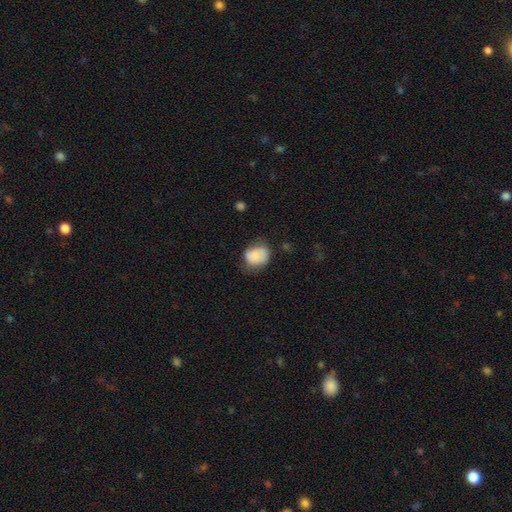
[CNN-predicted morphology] This appears to be a smooth galaxy with no disk features (77%) that is round (53%). Merging: none (53%).